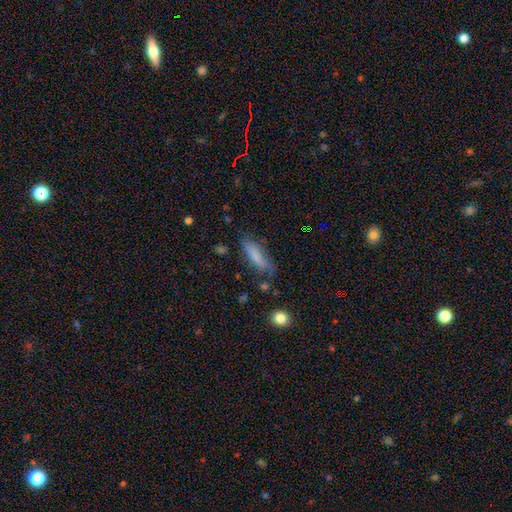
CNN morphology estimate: A smooth galaxy with no disk features (76%) that is cigar-shaped (64%).

Vote fractions:
- Smooth or featured? smooth: 76% / featured or disk: 16% / star or artifact: 8%
- How rounded? cigar-shaped: 64% / in between: 34% / round: 2%
- Merging? none: 67% / minor disturbance: 23% / major disturbance: 7% / merger: 3%